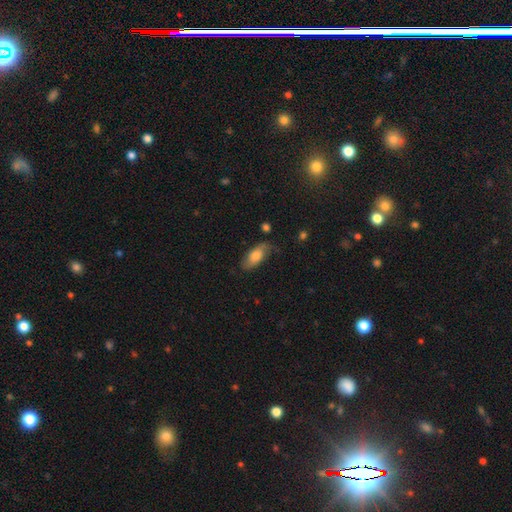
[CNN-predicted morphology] This appears to be a smooth galaxy with no disk features (60%) that is in between round and cigar-shaped (86%). Merging: none (67%).